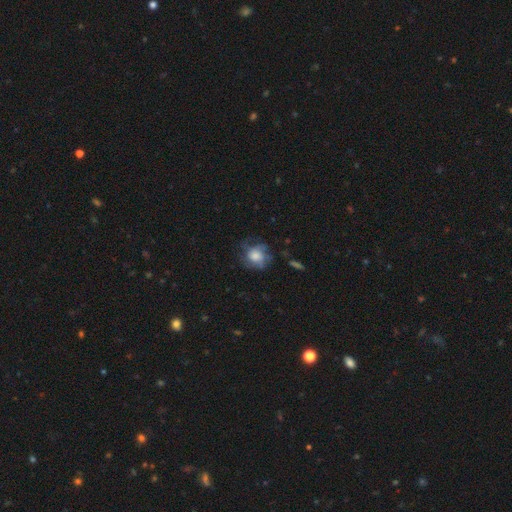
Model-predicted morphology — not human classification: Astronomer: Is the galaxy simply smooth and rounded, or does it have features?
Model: smooth — 47% (runner-up: featured or disk, 43%).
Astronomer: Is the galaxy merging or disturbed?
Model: none — 58%.